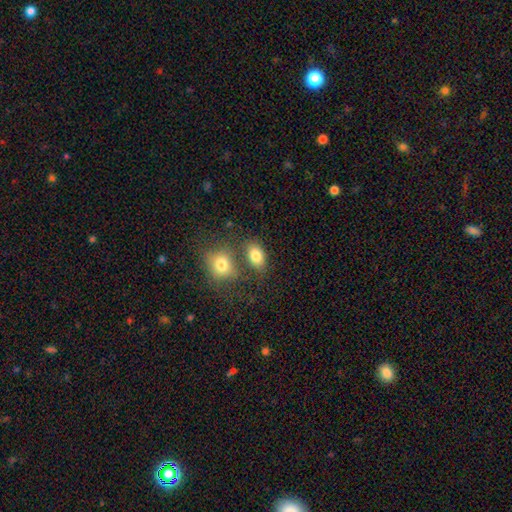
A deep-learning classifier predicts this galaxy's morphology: Overall: smooth (82%). How rounded: in between (80%). Merging: none (60%; merger 23%).